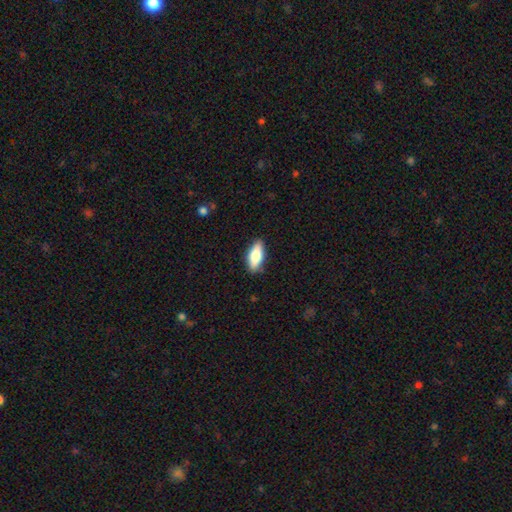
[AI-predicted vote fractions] smooth-or-featured: smooth: 74% | featured or disk: 19% | star or artifact: 6%
  how-rounded: in between: 78% | cigar-shaped: 20% | round: 3%
  merging: none: 86% | minor disturbance: 11% | major disturbance: 2% | merger: 1%